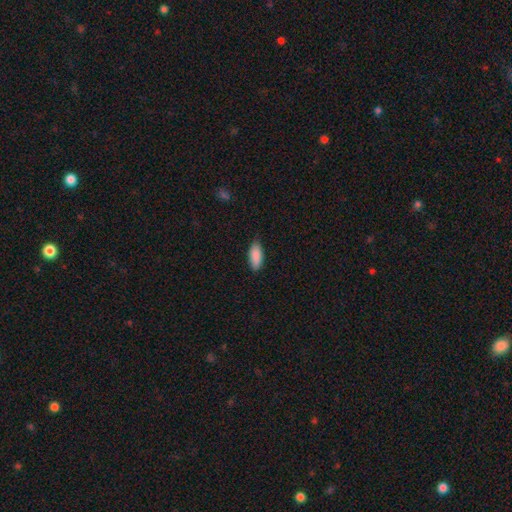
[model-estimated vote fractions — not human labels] Smooth or featured?
  - smooth: 90% *
  - star or artifact: 6%
  - featured or disk: 4%
How rounded?
  - in between: 84% *
  - cigar-shaped: 15%
  - round: 2%
Merging?
  - none: 81% *
  - minor disturbance: 16%
  - major disturbance: 2%
  - merger: 1%